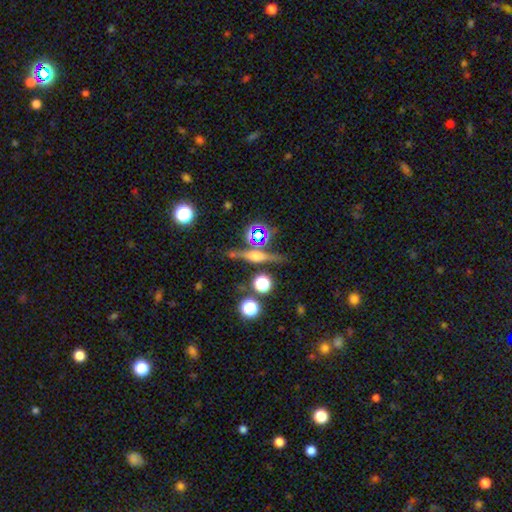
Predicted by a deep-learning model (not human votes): smooth-or-featured: featured or disk: 68% | smooth: 16% | star or artifact: 16%
  disk-edge-on: yes: 93% | no: 7%
    edge-on-bulge: rounded: 86% | boxy: 10% | none: 4%
  merging: none: 78% | minor disturbance: 12% | merger: 6% | major disturbance: 4%